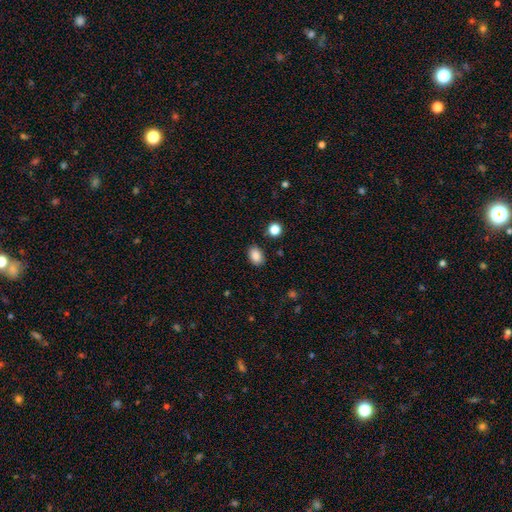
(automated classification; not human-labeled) Overall: smooth (87%). How rounded: in between (79%). Merging: none (86%).